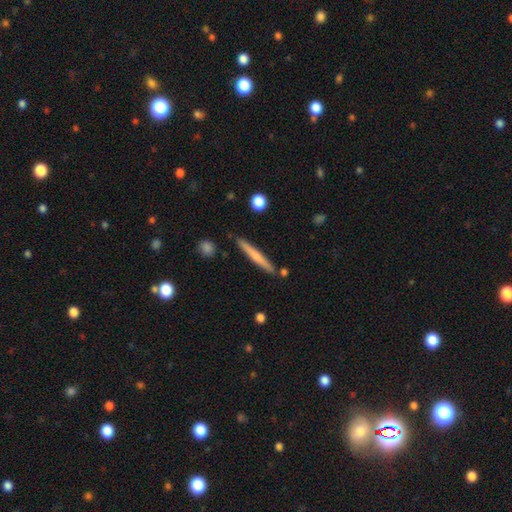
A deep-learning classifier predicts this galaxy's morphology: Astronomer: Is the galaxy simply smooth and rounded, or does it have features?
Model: smooth — 56% (runner-up: featured or disk, 38%).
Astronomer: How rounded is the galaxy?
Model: cigar-shaped — 96%.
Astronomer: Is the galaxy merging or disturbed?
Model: none — 86%.